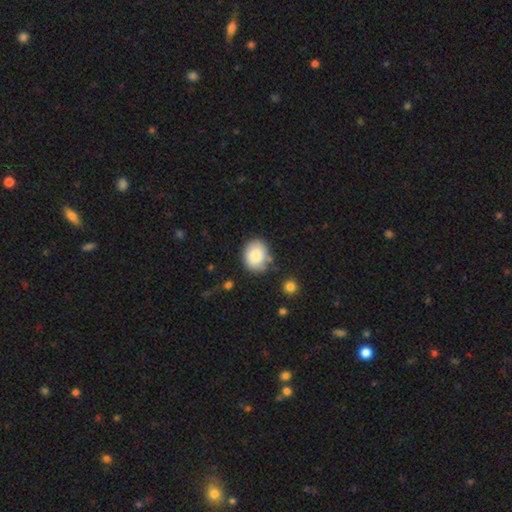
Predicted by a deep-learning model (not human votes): Overall: smooth (85%). How rounded: round (54%; in between 45%). Merging: none (76%).